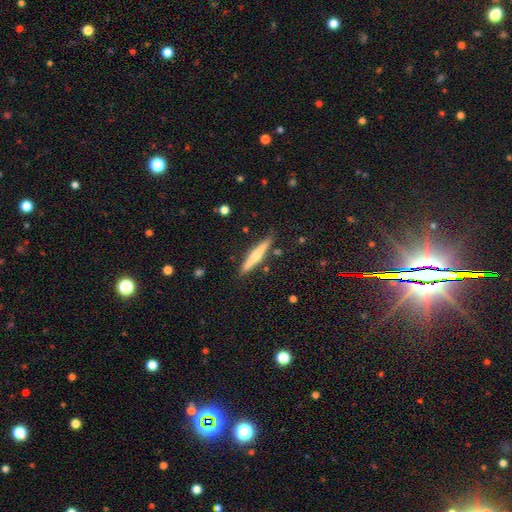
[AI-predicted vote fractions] Morphology: type=smooth (48%); merging=none (86%).